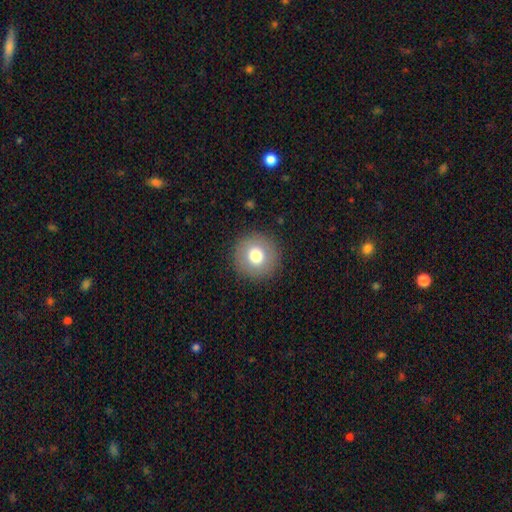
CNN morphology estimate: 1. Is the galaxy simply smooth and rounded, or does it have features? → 75% smooth, 16% featured or disk, 10% star or artifact.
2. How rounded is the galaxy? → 95% round, 4% in between, 1% cigar-shaped.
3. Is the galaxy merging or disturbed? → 91% none, 6% minor disturbance, 2% major disturbance, 1% merger.